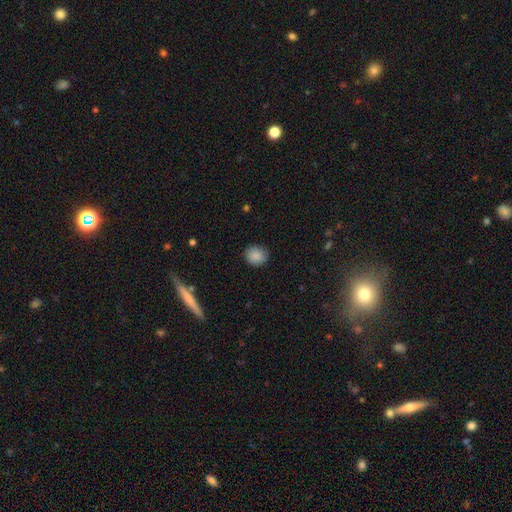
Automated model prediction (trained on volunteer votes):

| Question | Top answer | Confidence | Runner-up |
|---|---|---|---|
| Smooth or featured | smooth | 88% | star or artifact (8%) |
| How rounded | round | 78% | in between (21%) |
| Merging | none | 87% | minor disturbance (10%) |